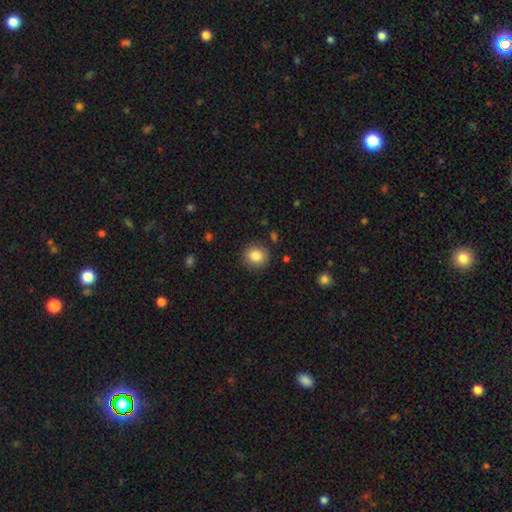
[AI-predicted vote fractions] smooth_or_featured: smooth (p=0.85) [alt: star or artifact p=0.09]
how_rounded: round (p=0.84) [alt: in between p=0.15]
merging: none (p=0.87) [alt: minor disturbance p=0.08]